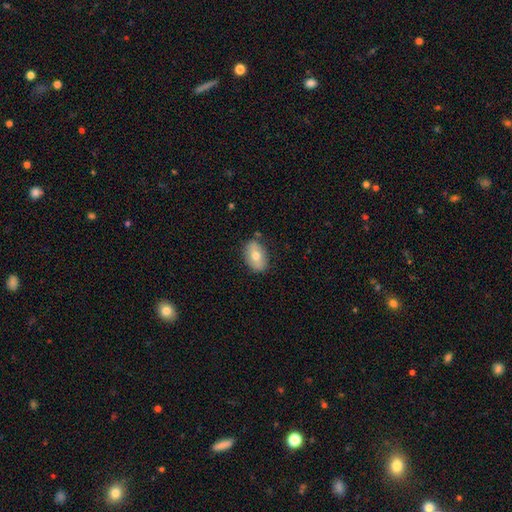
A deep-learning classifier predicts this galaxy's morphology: Smooth or featured: smooth — 67% (featured or disk — 25%)
How rounded: in between — 86% (round — 12%)
Merging: none — 81% (minor disturbance — 14%)